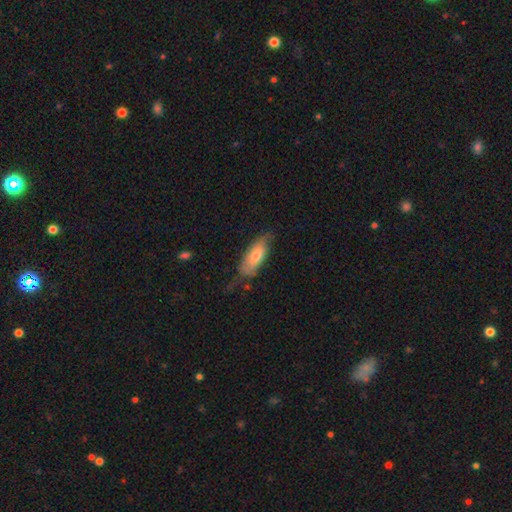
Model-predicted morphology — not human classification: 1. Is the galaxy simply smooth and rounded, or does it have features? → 67% smooth, 28% featured or disk, 6% star or artifact.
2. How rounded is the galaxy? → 71% in between, 27% cigar-shaped, 2% round.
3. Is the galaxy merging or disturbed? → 54% none, 33% minor disturbance, 11% major disturbance, 3% merger.